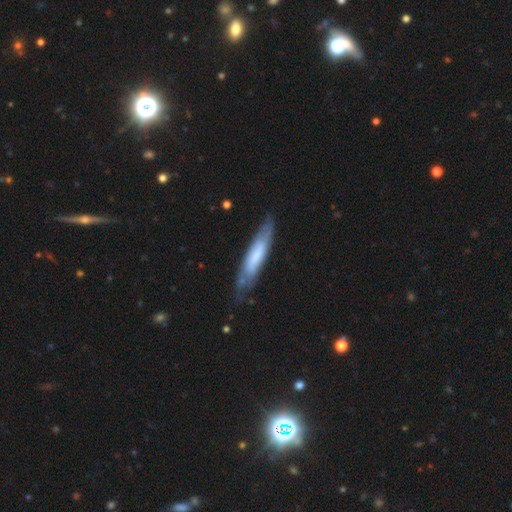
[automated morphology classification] Smooth or featured: smooth — 51% (featured or disk — 42%)
How rounded: cigar-shaped — 80% (in between — 19%)
Merging: none — 68% (minor disturbance — 24%)